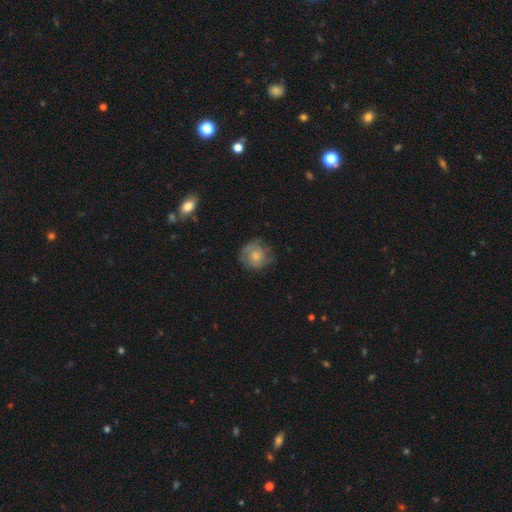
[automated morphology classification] Smooth or featured? smooth (54%)
How rounded? round (87%)
Merging? none (72%)